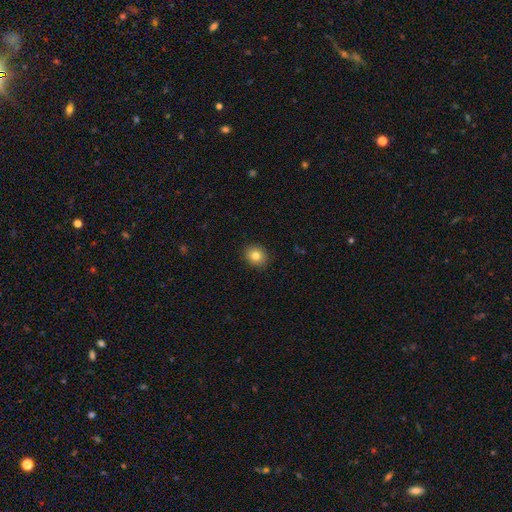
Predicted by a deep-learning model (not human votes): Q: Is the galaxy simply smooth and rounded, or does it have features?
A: smooth — 83%.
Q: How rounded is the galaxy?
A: round — 71%.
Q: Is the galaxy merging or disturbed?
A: none — 91%.